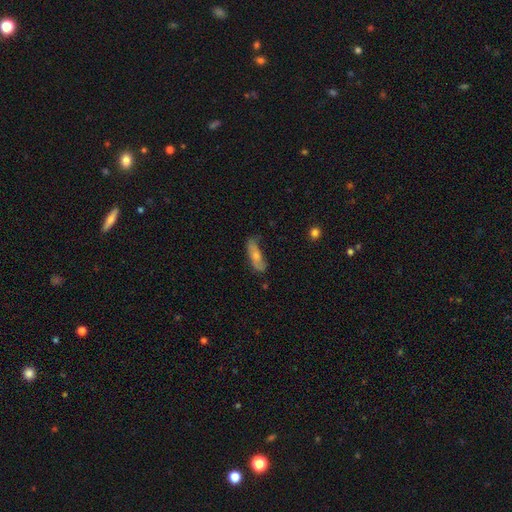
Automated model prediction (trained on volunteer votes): smooth_or_featured: smooth (p=0.62) [alt: featured or disk p=0.32]
how_rounded: in between (p=0.55) [alt: cigar-shaped p=0.43]
merging: none (p=0.59) [alt: minor disturbance p=0.29]